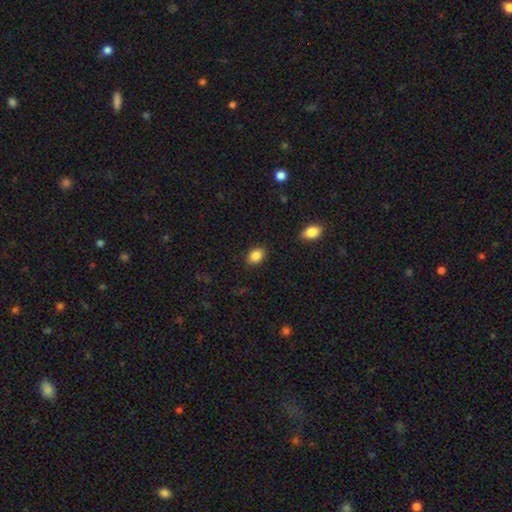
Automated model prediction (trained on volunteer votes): This appears to be a smooth galaxy with no disk features (86%) that is in between round and cigar-shaped (66%). Merging: none (87%).